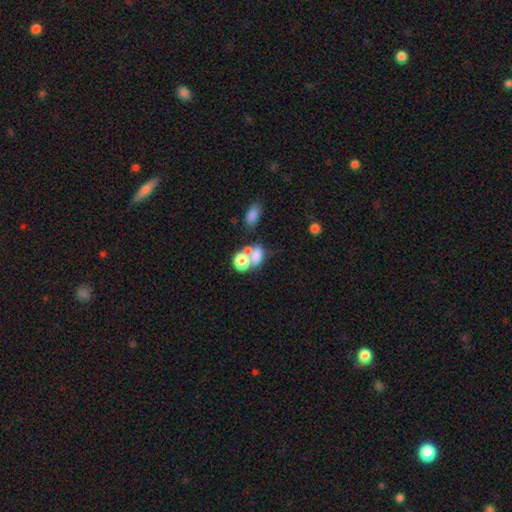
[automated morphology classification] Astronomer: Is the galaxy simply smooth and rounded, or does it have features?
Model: smooth — 69%.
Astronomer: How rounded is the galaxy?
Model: in between — 62%.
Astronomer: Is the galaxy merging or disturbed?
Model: merger — 57%.